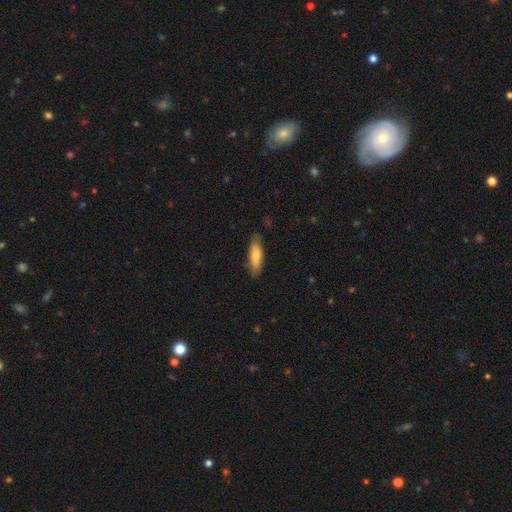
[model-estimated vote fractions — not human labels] Overall: smooth (77%). How rounded: in between (55%; cigar-shaped 43%). Merging: none (76%).